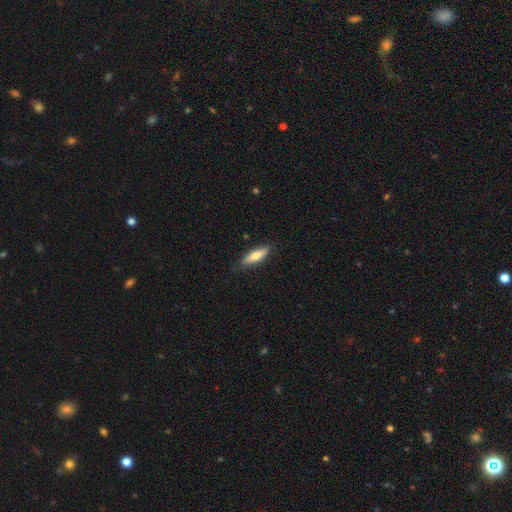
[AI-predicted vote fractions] smooth 65%, featured or disk 30%, star or artifact 5%. Down the decision tree: how rounded — cigar-shaped (63%); merging — none (85%).